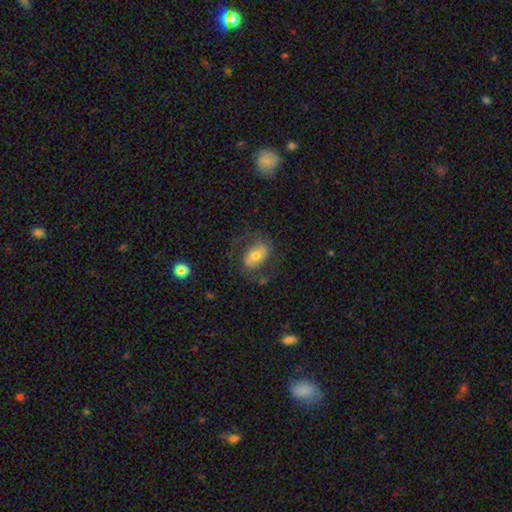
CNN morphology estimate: This is possibly a featured or disk galaxy (47%). Merging: likely none (64%).